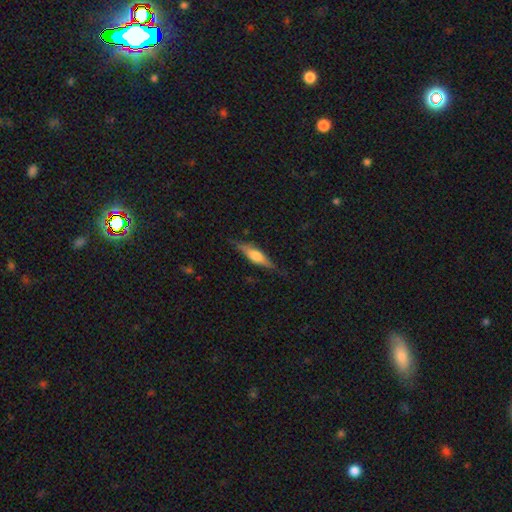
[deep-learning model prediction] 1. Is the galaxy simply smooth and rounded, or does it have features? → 54% featured or disk, 40% smooth, 6% star or artifact.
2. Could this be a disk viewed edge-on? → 94% yes, 6% no.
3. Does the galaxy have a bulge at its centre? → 82% rounded, 13% boxy, 5% none.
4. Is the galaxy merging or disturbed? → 80% none, 15% minor disturbance, 3% major disturbance, 1% merger.